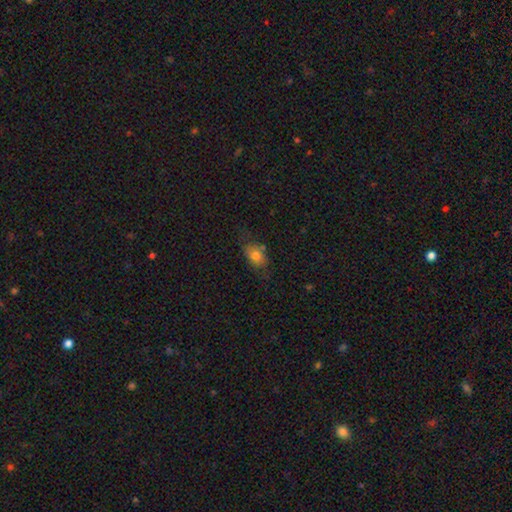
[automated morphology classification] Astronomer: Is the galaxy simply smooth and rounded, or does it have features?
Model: smooth — 77%.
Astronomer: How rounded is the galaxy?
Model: in between — 78%.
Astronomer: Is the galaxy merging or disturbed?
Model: none — 60%.